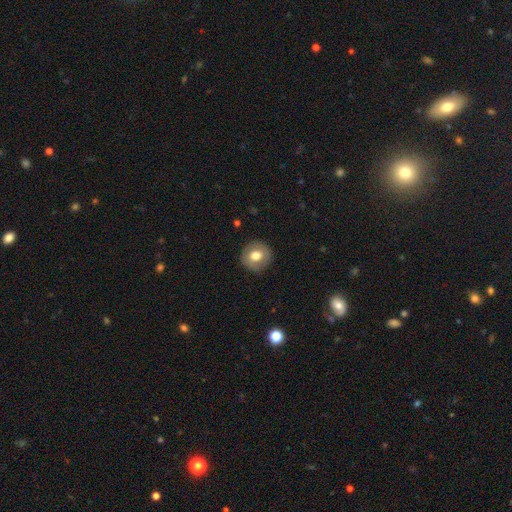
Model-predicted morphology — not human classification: Q: Smooth or featured?
A: smooth (72%); runner-up: featured or disk (20%)
Q: How rounded?
A: round (92%); runner-up: in between (7%)
Q: Merging?
A: none (89%); runner-up: minor disturbance (8%)